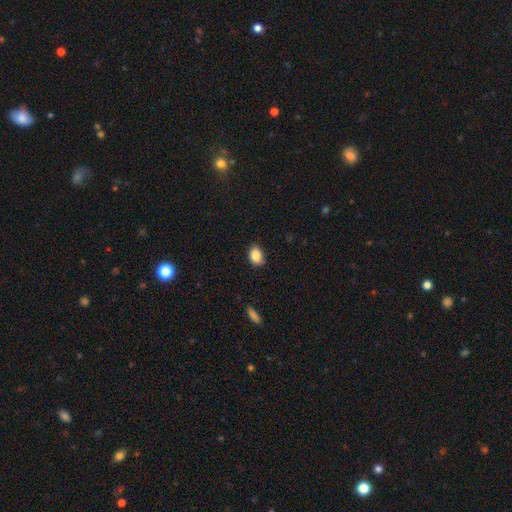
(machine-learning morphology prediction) Smooth or featured?
  - smooth: 87% *
  - star or artifact: 9%
  - featured or disk: 5%
How rounded?
  - in between: 75% *
  - round: 24%
  - cigar-shaped: 1%
Merging?
  - none: 82% *
  - minor disturbance: 14%
  - major disturbance: 2%
  - merger: 1%